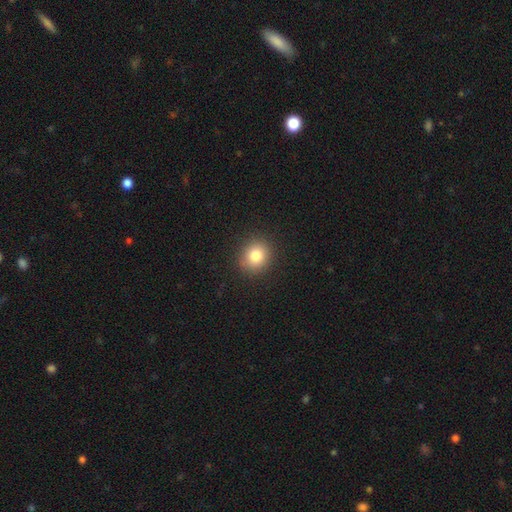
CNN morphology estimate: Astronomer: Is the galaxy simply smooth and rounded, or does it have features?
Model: smooth — 82%.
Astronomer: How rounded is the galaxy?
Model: round — 77%.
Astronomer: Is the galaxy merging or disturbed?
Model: none — 90%.